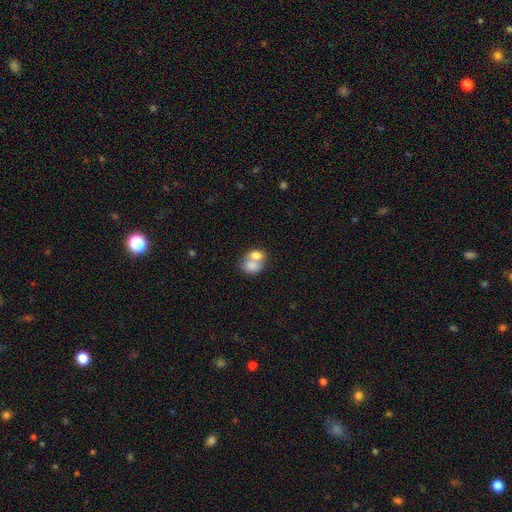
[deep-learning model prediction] Smooth or featured? smooth (74%)
How rounded? in between (62%)
Merging? merger (70%)